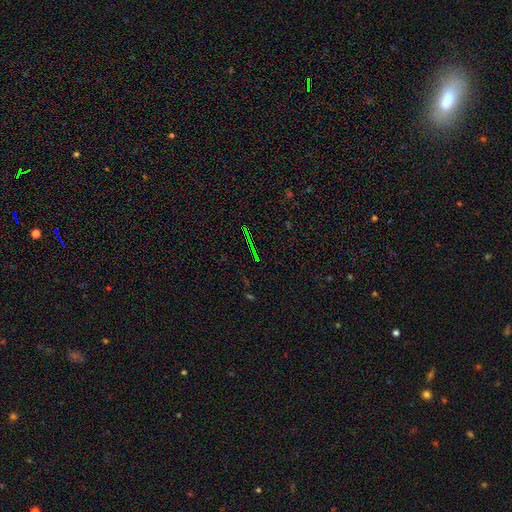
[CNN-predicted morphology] type=star or artifact (72%).